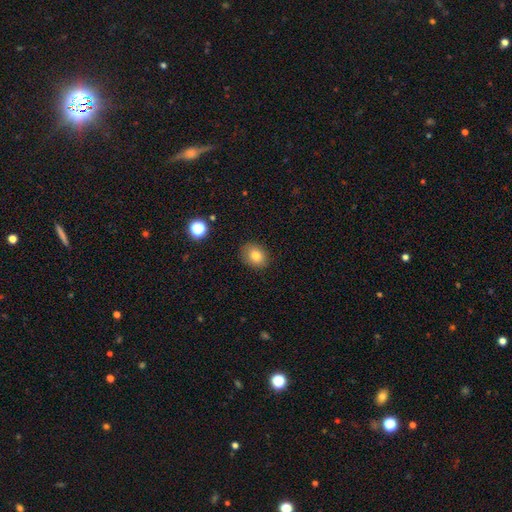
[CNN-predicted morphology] type=smooth (80%); roundness=round (50%); merging=none (85%).